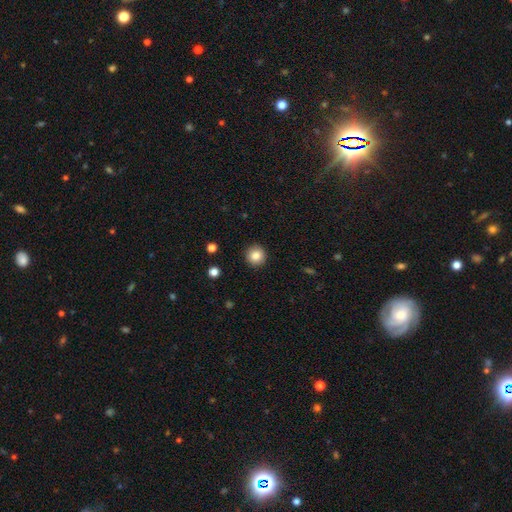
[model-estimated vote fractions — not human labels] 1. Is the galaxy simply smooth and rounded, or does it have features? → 84% smooth, 10% star or artifact, 6% featured or disk.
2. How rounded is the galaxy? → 94% round, 5% in between, 1% cigar-shaped.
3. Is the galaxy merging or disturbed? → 91% none, 6% minor disturbance, 2% major disturbance, 1% merger.